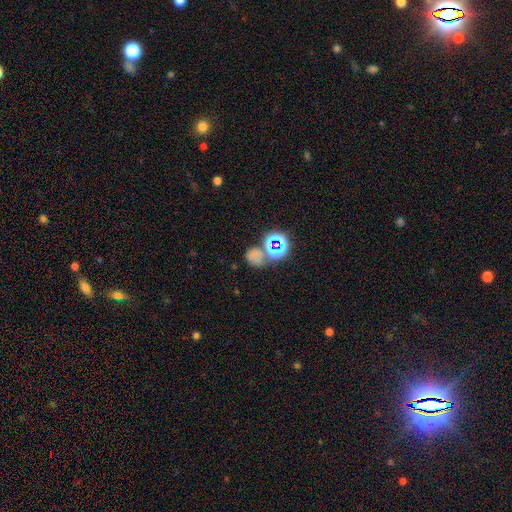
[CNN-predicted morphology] Smooth or featured: smooth — 55% (star or artifact — 36%)
How rounded: round — 73% (in between — 25%)
Merging: none — 56% (merger — 24%)